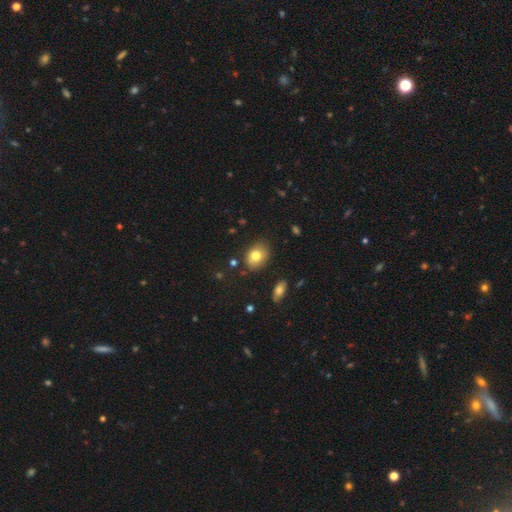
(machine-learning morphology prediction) A smooth galaxy with no disk features (78%) that is in between round and cigar-shaped (66%).

Vote fractions:
- Smooth or featured? smooth: 78% / featured or disk: 13% / star or artifact: 9%
- How rounded? in between: 66% / round: 33% / cigar-shaped: 1%
- Merging? none: 80% / minor disturbance: 15% / major disturbance: 3% / merger: 2%